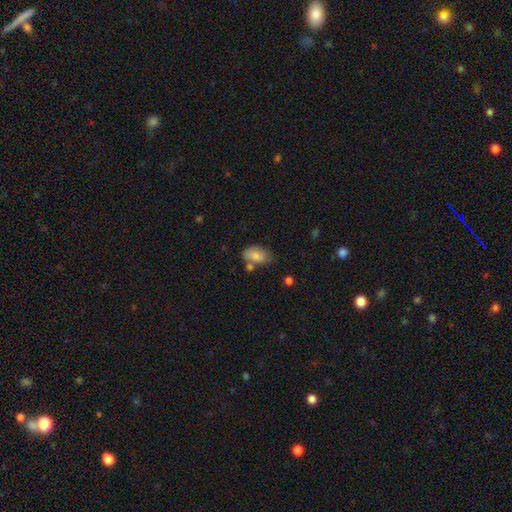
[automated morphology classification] Smooth or featured?
  - smooth: 77% *
  - featured or disk: 15%
  - star or artifact: 8%
How rounded?
  - in between: 88% *
  - round: 10%
  - cigar-shaped: 1%
Merging?
  - none: 56% *
  - minor disturbance: 23%
  - merger: 15%
  - major disturbance: 6%